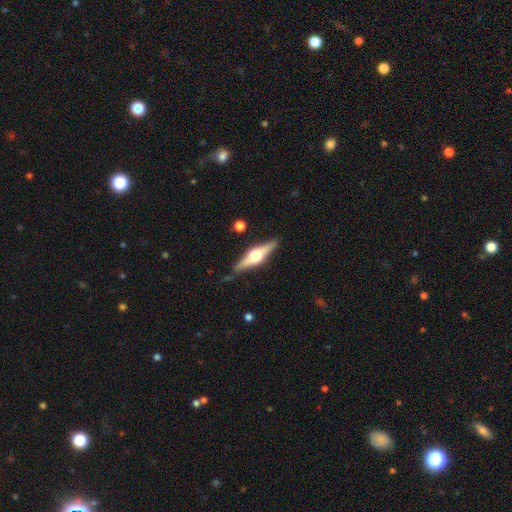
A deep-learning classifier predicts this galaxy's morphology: smooth-or-featured: featured or disk: 74% | smooth: 21% | star or artifact: 5%
  disk-edge-on: yes: 97% | no: 3%
    edge-on-bulge: rounded: 92% | boxy: 6% | none: 1%
  merging: none: 86% | minor disturbance: 10% | major disturbance: 2% | merger: 2%